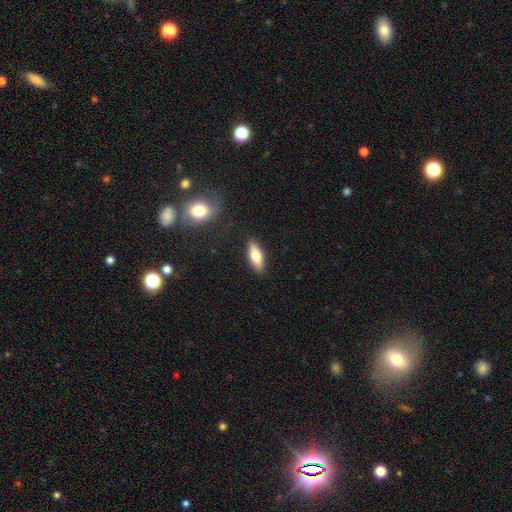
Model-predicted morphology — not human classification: Smooth or featured: smooth — 66% (featured or disk — 27%)
How rounded: in between — 61% (cigar-shaped — 36%)
Merging: none — 87% (minor disturbance — 9%)